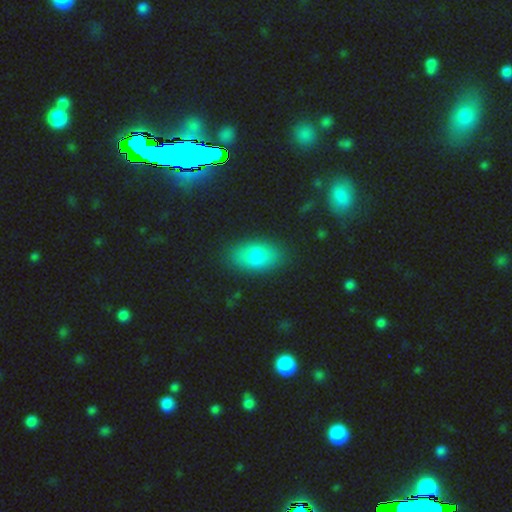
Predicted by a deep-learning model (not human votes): This is likely a smooth galaxy (78%). How rounded: clearly in between (89%). Merging: clearly none (86%).